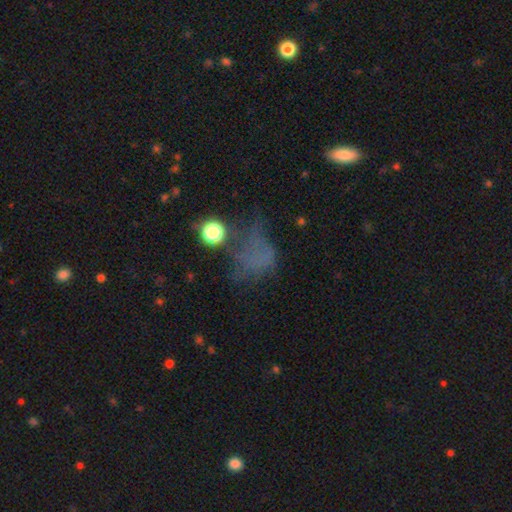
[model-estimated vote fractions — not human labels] A smooth galaxy with no disk features (49%). Merging: major disturbance (43%).